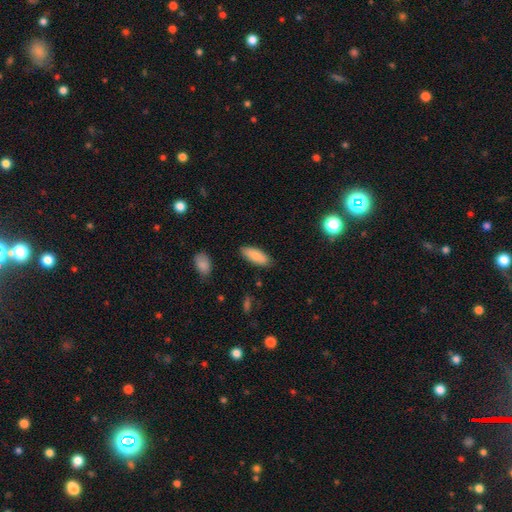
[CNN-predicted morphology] Q: Smooth or featured?
A: smooth (87%); runner-up: star or artifact (7%)
Q: How rounded?
A: in between (75%); runner-up: cigar-shaped (23%)
Q: Merging?
A: none (86%); runner-up: minor disturbance (10%)